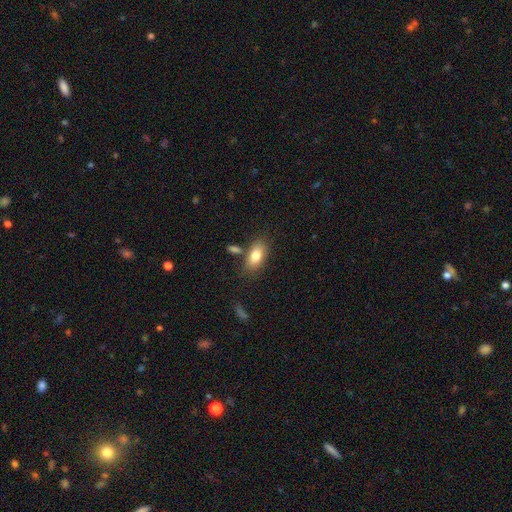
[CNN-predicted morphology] Smooth or featured?
  - smooth: 81% *
  - featured or disk: 12%
  - star or artifact: 7%
How rounded?
  - in between: 89% *
  - round: 6%
  - cigar-shaped: 5%
Merging?
  - none: 71% *
  - minor disturbance: 15%
  - merger: 10%
  - major disturbance: 4%